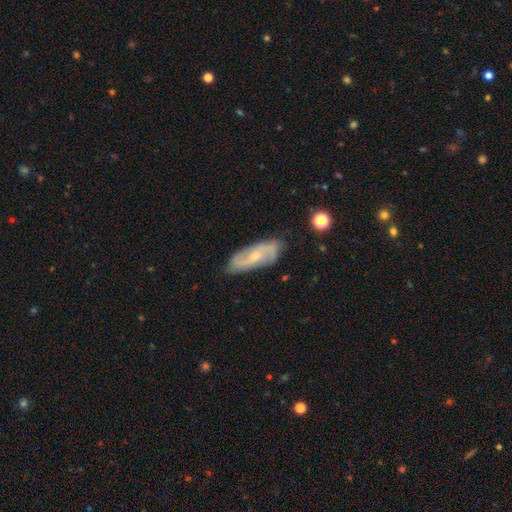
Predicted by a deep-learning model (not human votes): Morphology: type=featured or disk (71%); edge-on=no (87%); bar=no (51%); spiral arms=yes (89%); winding=medium (41%); arm count=2 (76%); bulge=small (61%); merging=none (80%).